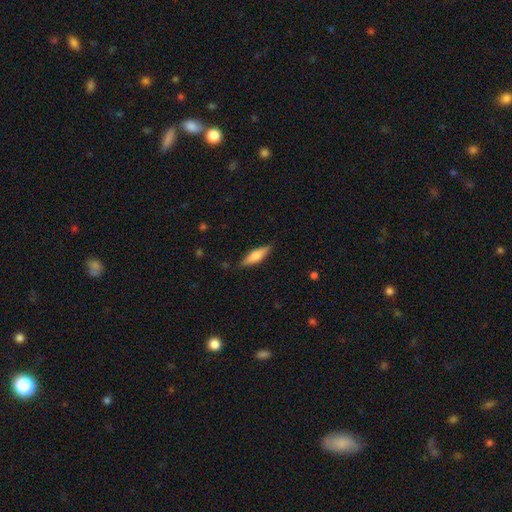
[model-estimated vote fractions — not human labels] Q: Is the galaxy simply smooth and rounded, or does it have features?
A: smooth — 67%.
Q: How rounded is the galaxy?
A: cigar-shaped — 57%.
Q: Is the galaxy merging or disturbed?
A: none — 84%.